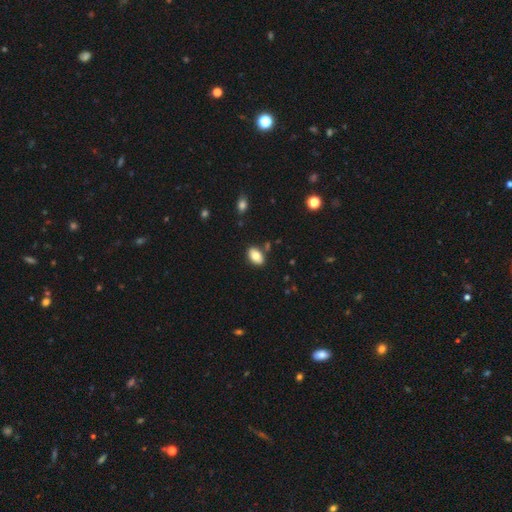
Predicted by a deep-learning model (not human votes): smooth-or-featured: smooth: 82% | featured or disk: 10% | star or artifact: 8%
  how-rounded: in between: 91% | round: 7% | cigar-shaped: 2%
  merging: none: 82% | minor disturbance: 11% | merger: 4% | major disturbance: 2%